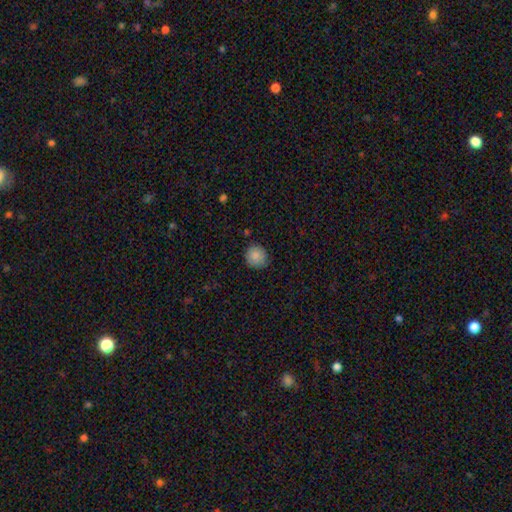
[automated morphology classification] The model was most divided on "merging": none: 86%, minor disturbance: 11%, major disturbance: 2%, merger: 1%. More confident: how rounded — round (88%); smooth or featured — smooth (87%).